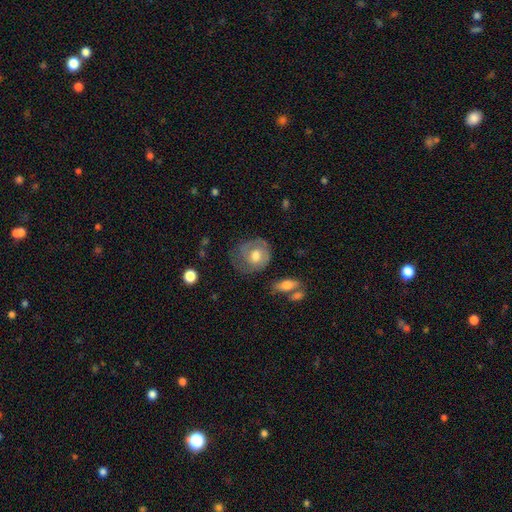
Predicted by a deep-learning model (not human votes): Smooth or featured?
  - featured or disk: 53% *
  - smooth: 41%
  - star or artifact: 6%
Edge-on disk?
  - no: 96% *
  - yes: 4%
Bar?
  - no: 66% *
  - weak: 29%
  - strong: 5%
Spiral arms?
  - yes: 71% *
  - no: 29%
Bulge size?
  - moderate: 67% *
  - large: 20%
  - small: 10%
  - none: 2%
  - dominant: 1%
Merging?
  - none: 56% *
  - minor disturbance: 25%
  - major disturbance: 16%
  - merger: 3%